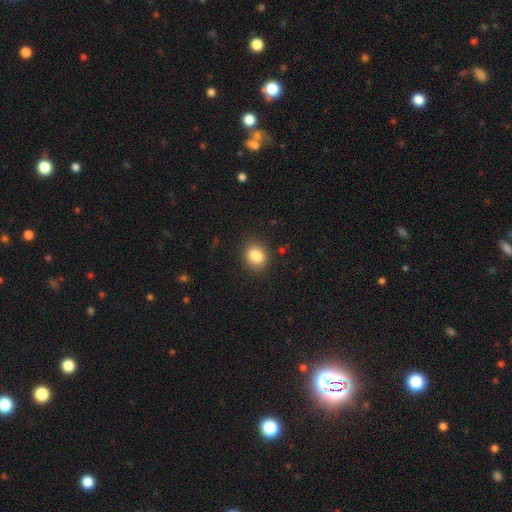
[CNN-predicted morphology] Smooth or featured? Predicted: smooth (p=0.85). How rounded? Predicted: round (p=0.65). Merging? Predicted: none (p=0.86).